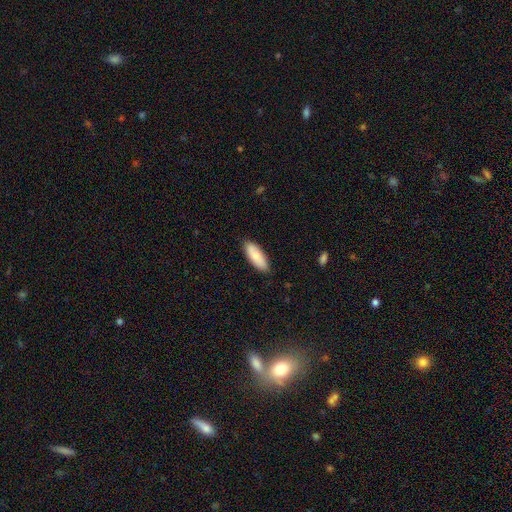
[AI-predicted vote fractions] smooth-or-featured: smooth: 83% | featured or disk: 11% | star or artifact: 6%
  how-rounded: in between: 74% | cigar-shaped: 25% | round: 2%
  merging: none: 86% | minor disturbance: 11% | major disturbance: 2% | merger: 1%